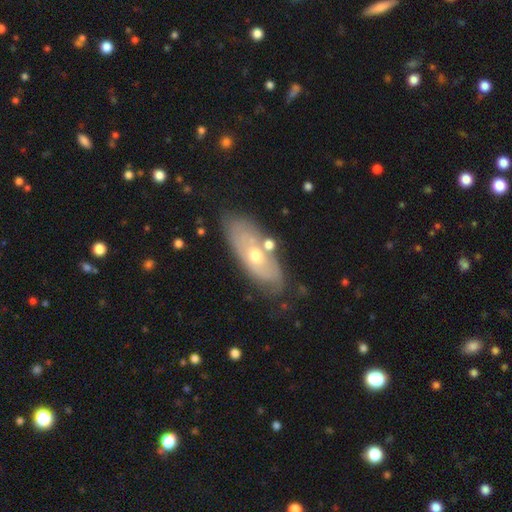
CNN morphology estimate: Smooth or featured? featured or disk (59%)
Edge-on disk? no (81%)
Merging? none (67%)